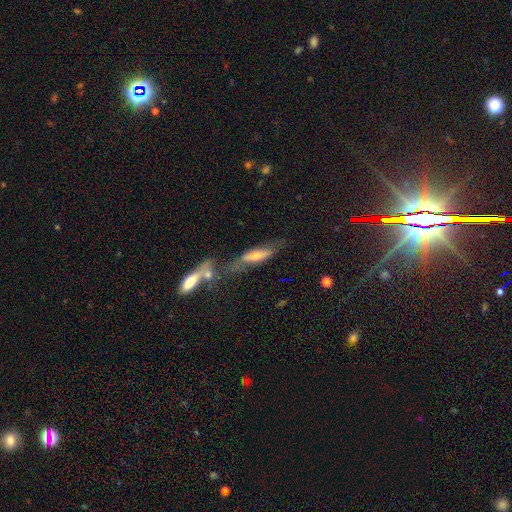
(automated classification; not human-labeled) Smooth or featured: featured or disk — 49% (smooth — 41%)
Merging: none — 38% (merger — 27%)